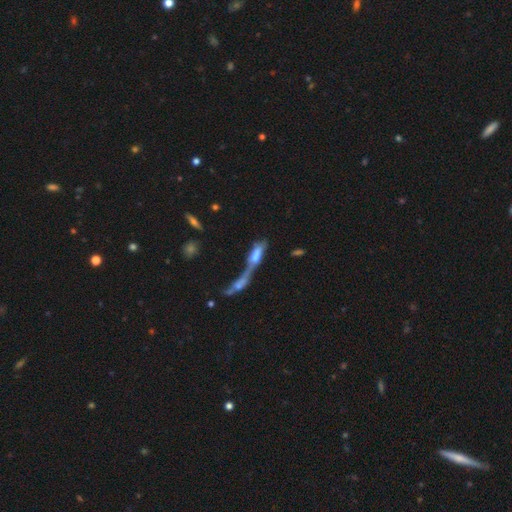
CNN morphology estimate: Smooth or featured?
  - smooth: 44% *
  - featured or disk: 43%
  - star or artifact: 13%
Merging?
  - merger: 71% *
  - major disturbance: 12%
  - none: 10%
  - minor disturbance: 6%